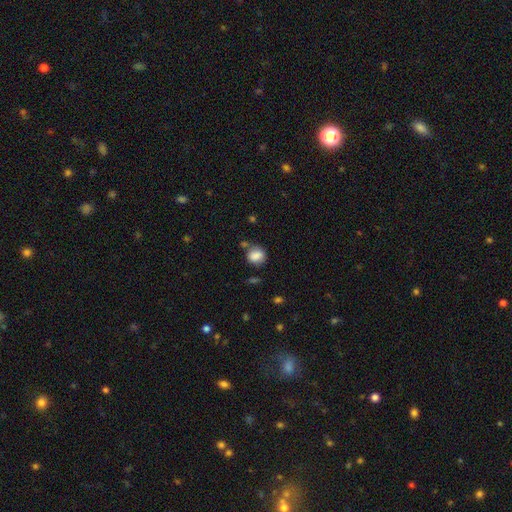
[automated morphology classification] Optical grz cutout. It shows a smooth galaxy with no disk features (84%) that is round (66%). Merging: none (64%).